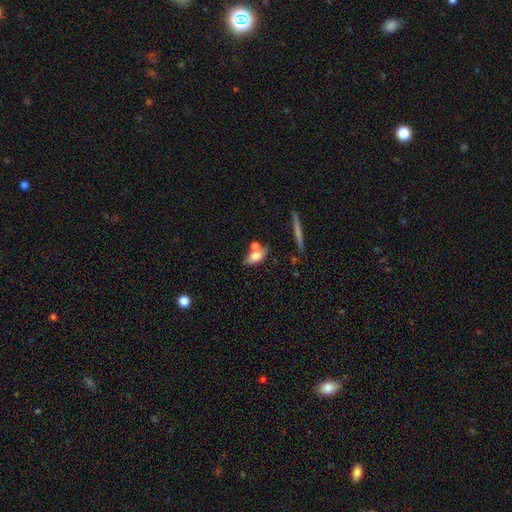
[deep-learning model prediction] This is likely a smooth galaxy (71%). How rounded: likely in between (80%). Merging: possibly none (49%).